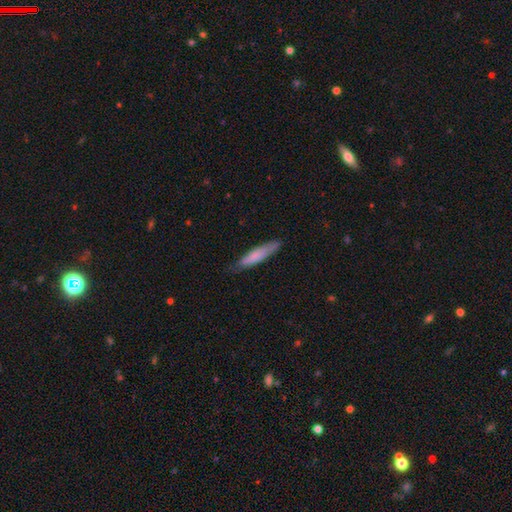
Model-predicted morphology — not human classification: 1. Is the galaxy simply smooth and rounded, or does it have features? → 76% smooth, 19% featured or disk, 6% star or artifact.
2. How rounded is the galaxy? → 85% cigar-shaped, 14% in between, 1% round.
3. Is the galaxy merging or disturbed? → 76% none, 19% minor disturbance, 3% major disturbance, 1% merger.